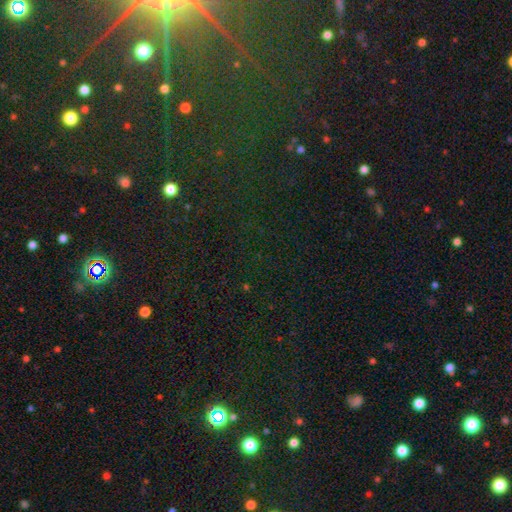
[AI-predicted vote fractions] This appears to be a star or artifact, not a galaxy (75%).